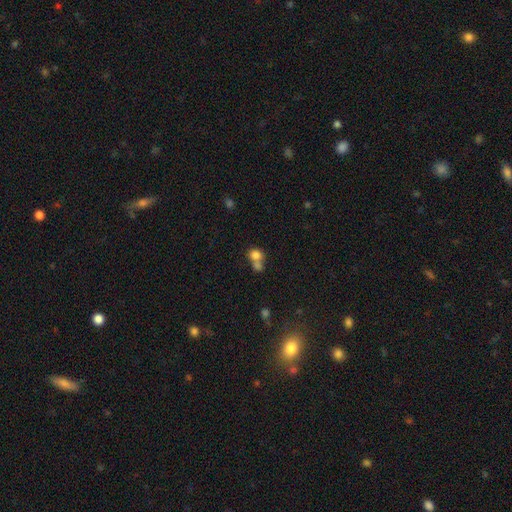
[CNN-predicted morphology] smooth 78%, star or artifact 11%, featured or disk 10%. Down the decision tree: how rounded — round (69%); merging — merger (54%).